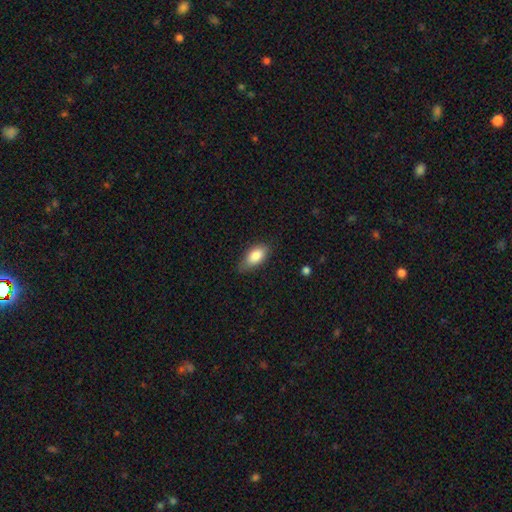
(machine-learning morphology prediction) type=smooth (84%); roundness=in between (89%); merging=none (72%).